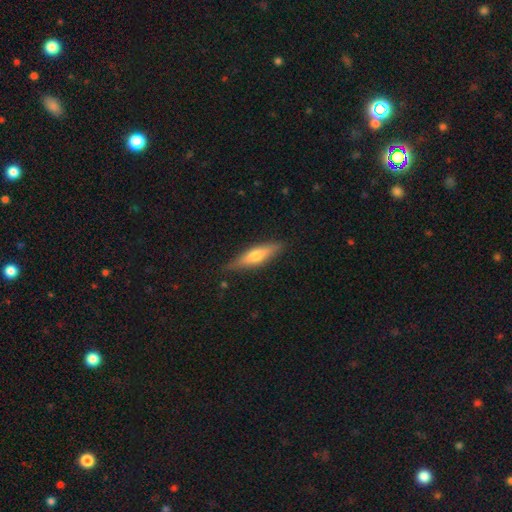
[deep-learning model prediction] Q: Smooth or featured?
A: smooth (50%); runner-up: featured or disk (45%)
Q: Merging?
A: none (83%); runner-up: minor disturbance (13%)